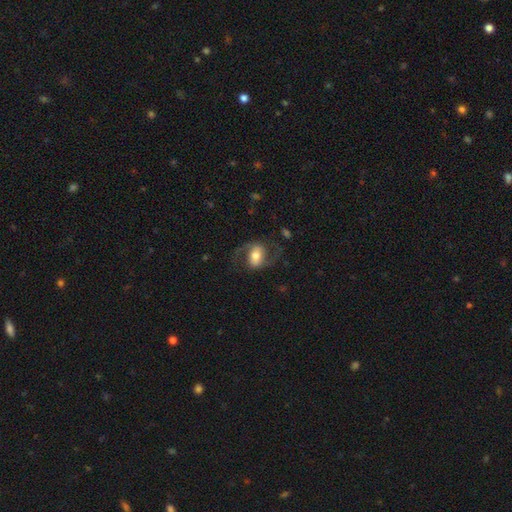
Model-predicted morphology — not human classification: Smooth or featured: featured or disk — 66% (smooth — 27%)
Edge-on disk: no — 96% (yes — 4%)
Bar: weak — 36% (no — 32%)
Spiral arms: yes — 88% (no — 12%)
Spiral winding: loose — 45% (tied with medium — 45%)
Spiral arm count: 2 — 90% (1 — 3%)
Bulge size: moderate — 59% (large — 20%)
Merging: none — 68% (major disturbance — 16%)